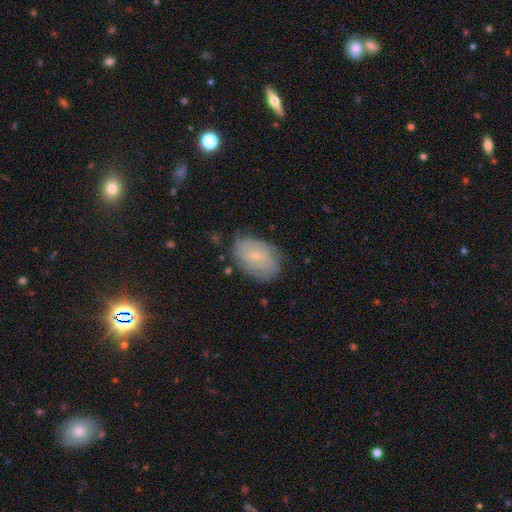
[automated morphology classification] Smooth or featured?
  - featured or disk: 45% *
  - smooth: 43%
  - star or artifact: 12%
Merging?
  - none: 72% *
  - minor disturbance: 21%
  - major disturbance: 6%
  - merger: 2%